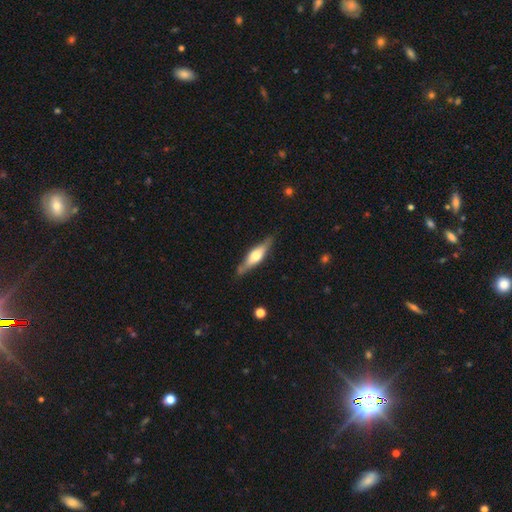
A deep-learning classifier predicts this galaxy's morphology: The model was most divided on "smooth or featured": featured or disk: 62%, smooth: 32%, star or artifact: 5%. More confident: edge-on disk — yes (94%); edge-on bulge — rounded (87%); merging — none (83%).